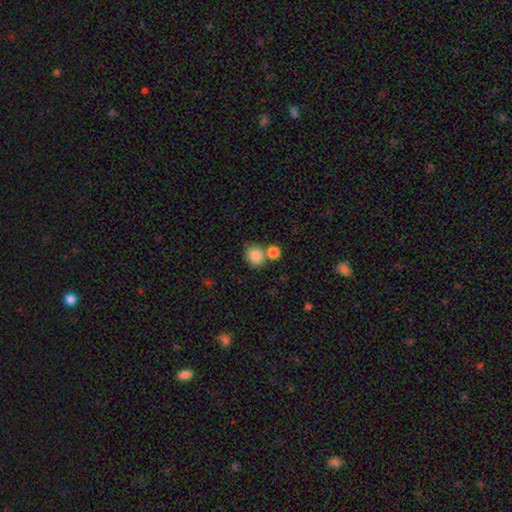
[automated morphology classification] Smooth or featured? smooth (85%)
How rounded? round (76%)
Merging? none (56%)